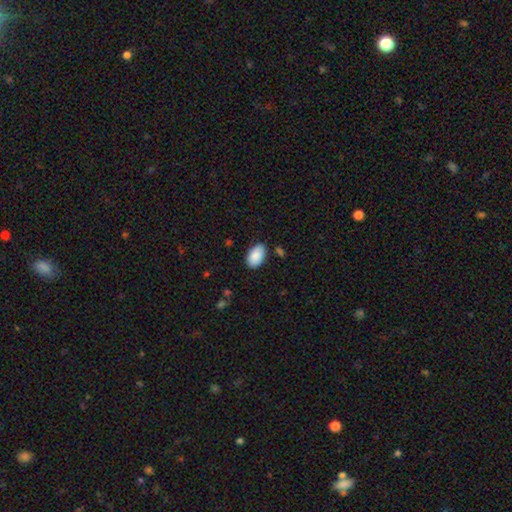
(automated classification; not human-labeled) Smooth or featured: smooth — 89% (star or artifact — 6%)
How rounded: in between — 94% (round — 5%)
Merging: none — 83% (minor disturbance — 12%)